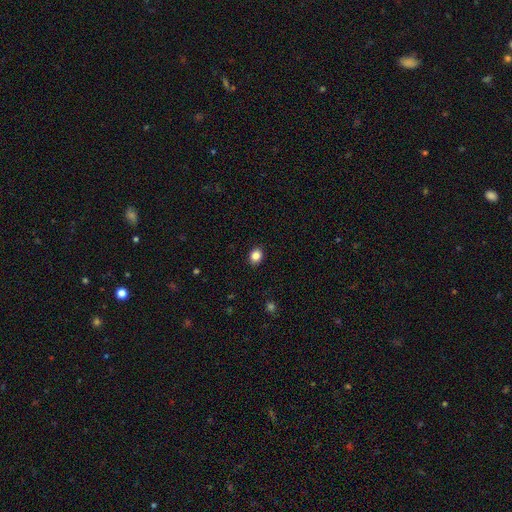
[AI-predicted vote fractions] smooth 86%, star or artifact 10%, featured or disk 4%. Down the decision tree: how rounded — round (52%); merging — none (91%).